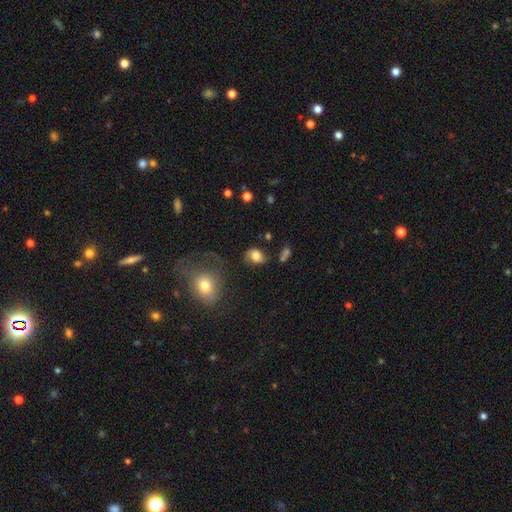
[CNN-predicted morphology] Q: Smooth or featured?
A: smooth (63%); runner-up: featured or disk (26%)
Q: How rounded?
A: in between (68%); runner-up: round (30%)
Q: Merging?
A: none (54%); runner-up: minor disturbance (25%)